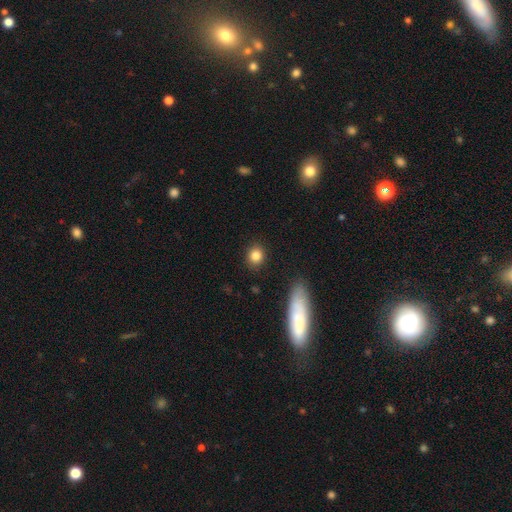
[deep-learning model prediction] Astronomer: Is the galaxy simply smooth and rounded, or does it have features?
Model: smooth — 85%.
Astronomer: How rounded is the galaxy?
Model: round — 74%.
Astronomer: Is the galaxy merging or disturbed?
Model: none — 88%.